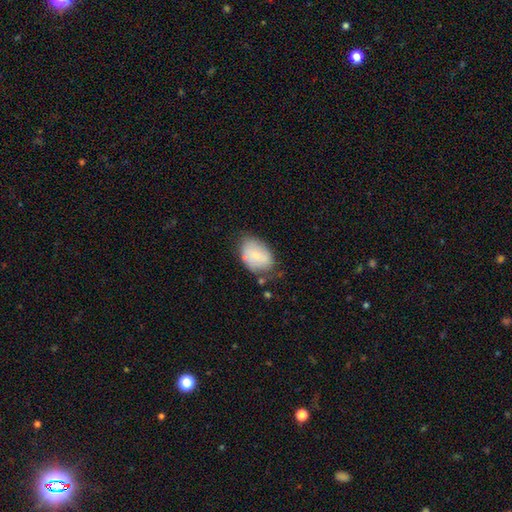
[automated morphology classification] type=smooth (73%); roundness=in between (83%); merging=none (58%).